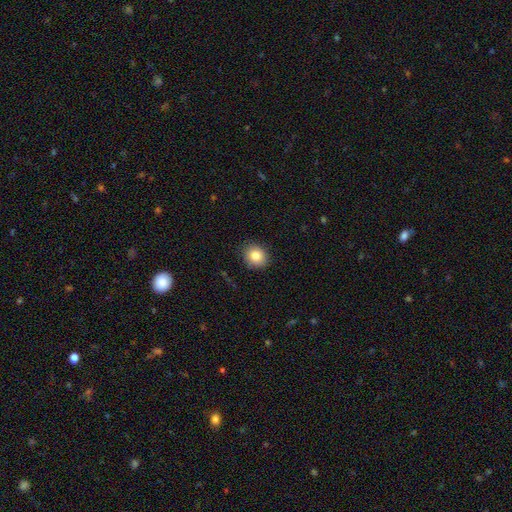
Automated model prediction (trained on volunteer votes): Smooth or featured: smooth — 84% (star or artifact — 9%)
How rounded: round — 67% (in between — 32%)
Merging: none — 88% (minor disturbance — 9%)